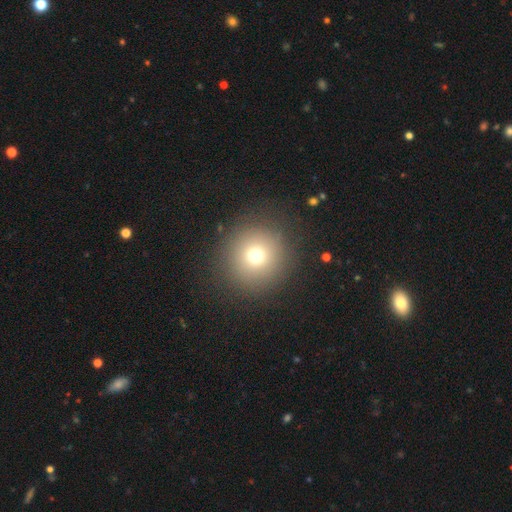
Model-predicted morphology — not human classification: type=smooth (71%); roundness=round (95%); merging=none (88%).